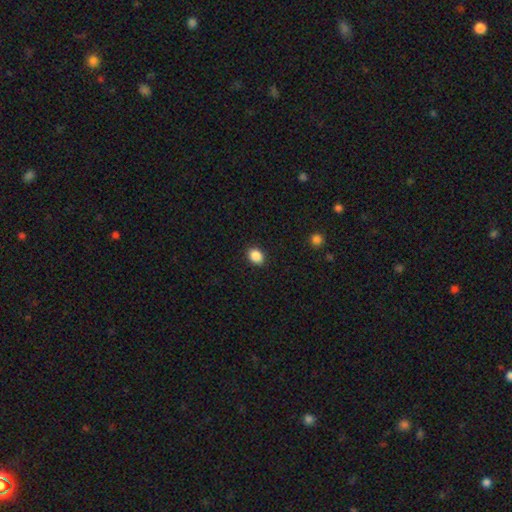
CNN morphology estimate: A smooth galaxy with no disk features (88%) that is in between round and cigar-shaped (58%). Merging: none (89%).